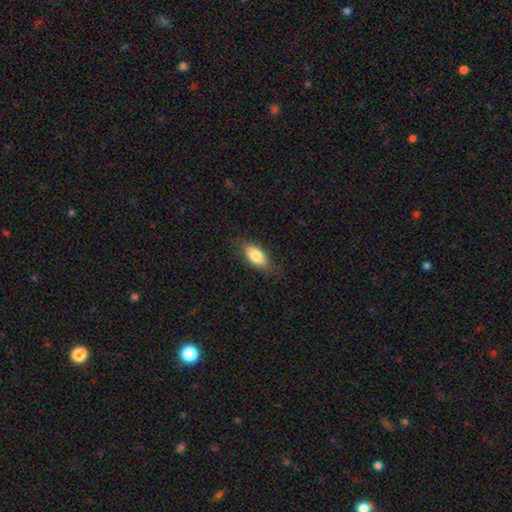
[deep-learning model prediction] smooth_or_featured: smooth (p=0.80) [alt: featured or disk p=0.14]
how_rounded: in between (p=0.88) [alt: cigar-shaped p=0.09]
merging: none (p=0.79) [alt: minor disturbance p=0.16]